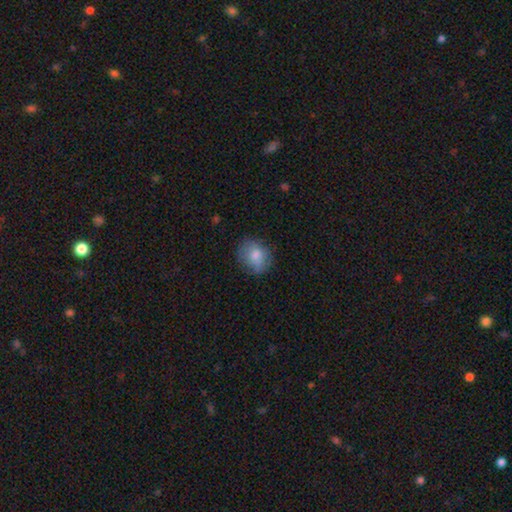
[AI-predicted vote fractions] Q: Smooth or featured?
A: smooth (77%); runner-up: featured or disk (16%)
Q: How rounded?
A: round (68%); runner-up: in between (31%)
Q: Merging?
A: none (72%); runner-up: minor disturbance (20%)